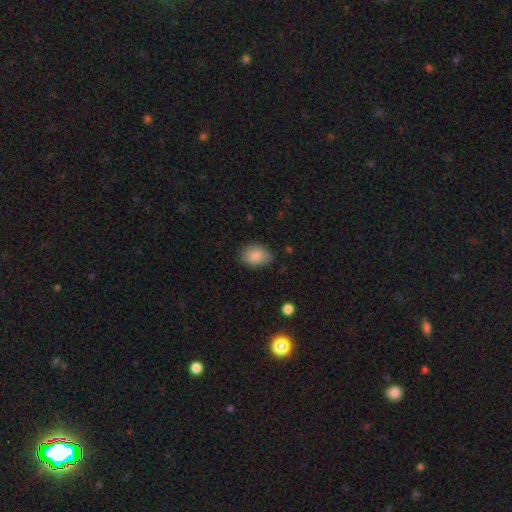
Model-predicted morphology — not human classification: smooth-or-featured: smooth: 86% | star or artifact: 7% | featured or disk: 7%
  how-rounded: in between: 80% | round: 19% | cigar-shaped: 1%
  merging: none: 74% | minor disturbance: 21% | major disturbance: 4% | merger: 1%